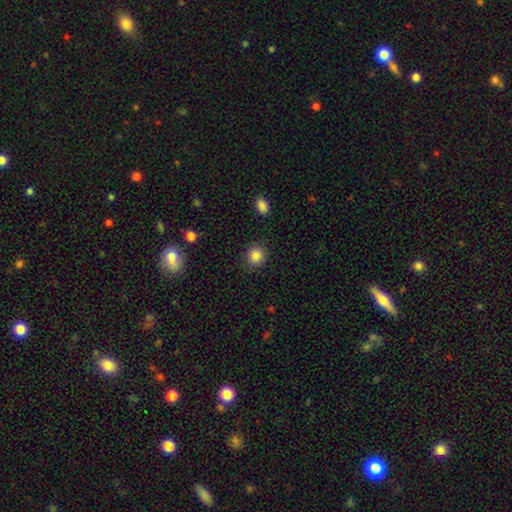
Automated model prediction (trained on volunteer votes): Smooth or featured: smooth — 86% (star or artifact — 10%)
How rounded: round — 88% (in between — 11%)
Merging: none — 88% (minor disturbance — 7%)